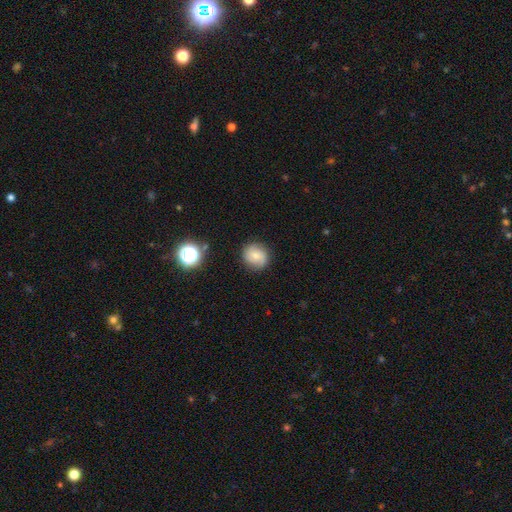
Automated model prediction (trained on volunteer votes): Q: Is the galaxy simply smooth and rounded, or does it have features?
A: smooth — 58%.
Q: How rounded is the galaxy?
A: round — 85%.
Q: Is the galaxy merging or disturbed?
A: none — 83%.